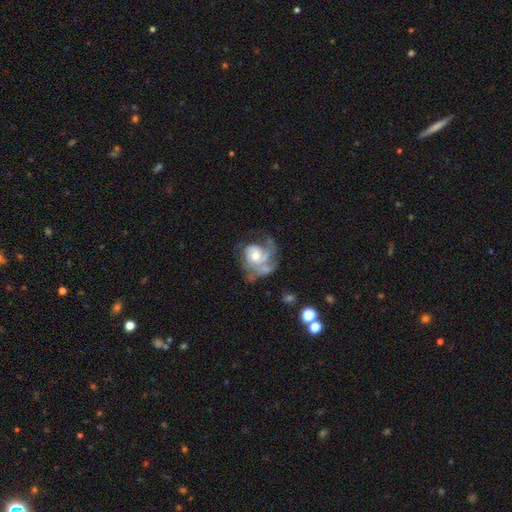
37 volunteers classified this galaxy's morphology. Smooth or featured: featured or disk — 92% (star or artifact — 5%)
Edge-on disk: no — 100%
Bar: no — 88% (weak — 9%)
Spiral arms: yes — 97% (no — 3%)
Spiral winding: tight — 45% (medium — 33%)
Spiral arm count: can't tell — 36% (2 — 24%)
Bulge size: moderate — 62% (small — 32%)
Merging: none — 51% (minor disturbance — 23%)